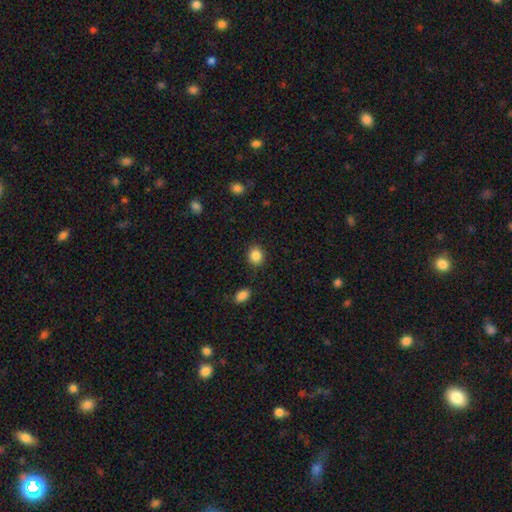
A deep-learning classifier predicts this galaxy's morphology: Smooth or featured: smooth — 87% (star or artifact — 9%)
How rounded: round — 73% (in between — 26%)
Merging: none — 87% (minor disturbance — 8%)